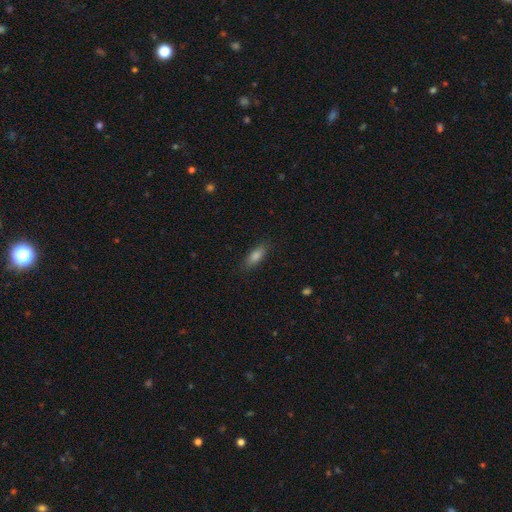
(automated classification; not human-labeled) smooth_or_featured: smooth (p=0.79) [alt: featured or disk p=0.11]
how_rounded: in between (p=0.62) [alt: cigar-shaped p=0.36]
merging: none (p=0.86) [alt: minor disturbance p=0.11]